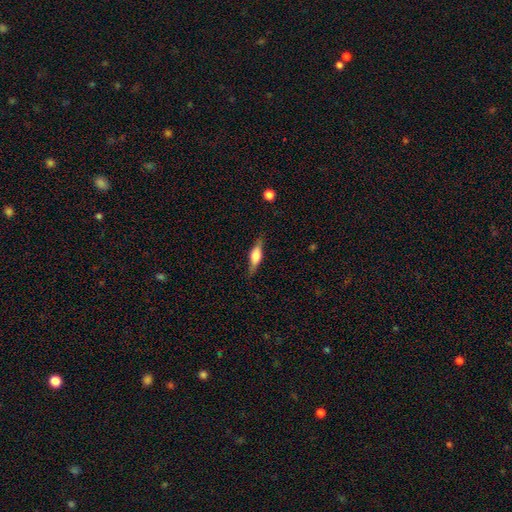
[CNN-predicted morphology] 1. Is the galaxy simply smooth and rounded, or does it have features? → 51% featured or disk, 42% smooth, 7% star or artifact.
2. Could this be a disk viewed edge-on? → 92% yes, 8% no.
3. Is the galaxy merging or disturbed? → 81% none, 14% minor disturbance, 4% major disturbance, 1% merger.